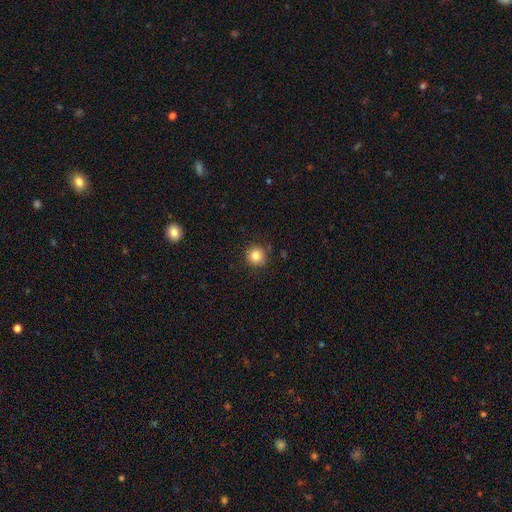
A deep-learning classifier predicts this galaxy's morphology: This is clearly a smooth galaxy (84%). How rounded: clearly round (93%). Merging: clearly none (87%).